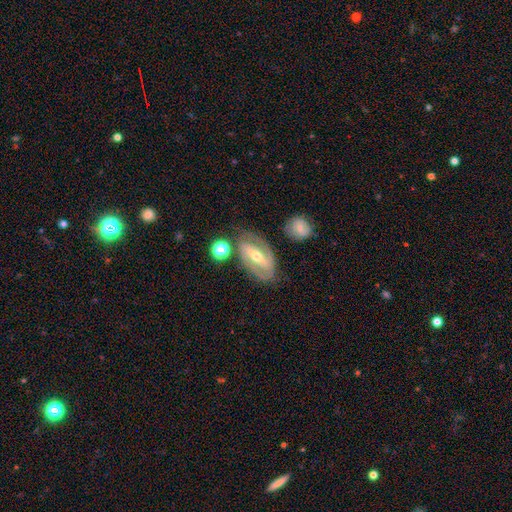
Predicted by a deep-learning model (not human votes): This is clearly a featured or disk galaxy (81%). It is clearly not viewed edge-on (94%). Bar: possibly strong (60%). Spiral arm pattern: clearly yes (89%). Spiral arm count: clearly 2 (85%). Spiral winding: marginally tight (43%, tied with medium). Central bulge: possibly moderate (52%). Merging: likely none (76%).